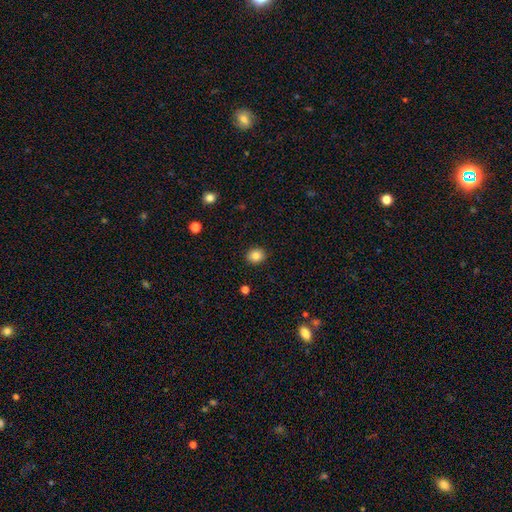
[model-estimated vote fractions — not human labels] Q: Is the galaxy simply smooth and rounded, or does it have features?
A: smooth — 84%.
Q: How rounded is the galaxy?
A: round — 73%.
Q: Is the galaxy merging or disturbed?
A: none — 91%.